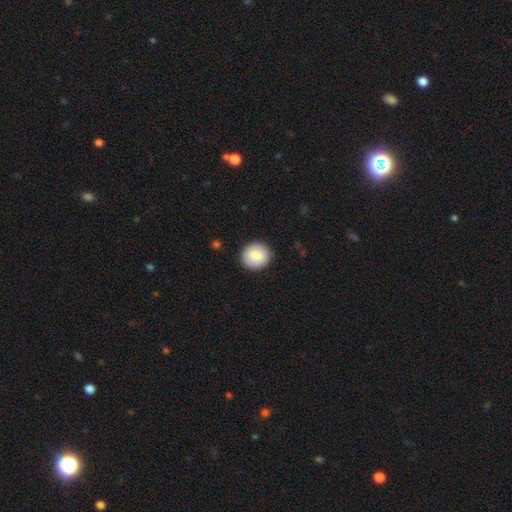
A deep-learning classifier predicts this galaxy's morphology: smooth-or-featured: smooth: 85% | featured or disk: 8% | star or artifact: 7%
  how-rounded: round: 89% | in between: 10% | cigar-shaped: 1%
  merging: none: 91% | minor disturbance: 6% | major disturbance: 2% | merger: 1%